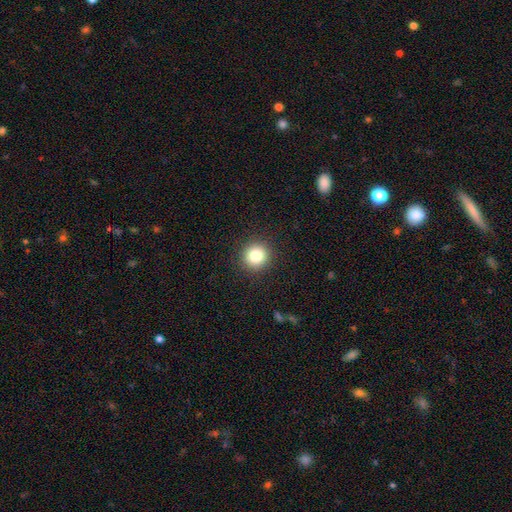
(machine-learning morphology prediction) smooth_or_featured: smooth (p=0.83) [alt: star or artifact p=0.11]
how_rounded: round (p=0.93) [alt: in between p=0.06]
merging: none (p=0.91) [alt: minor disturbance p=0.06]